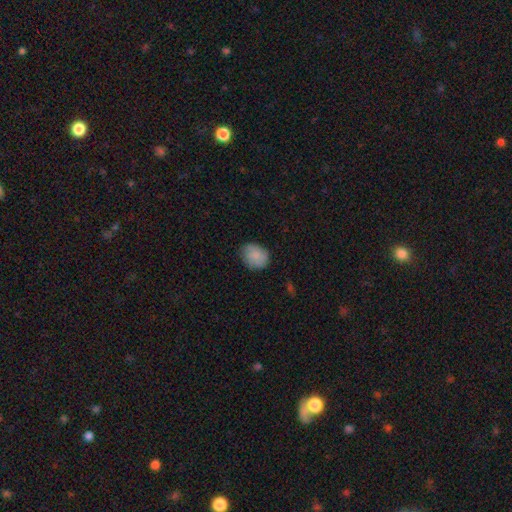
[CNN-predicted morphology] Overall: smooth (83%). How rounded: round (57%; in between 42%). Merging: none (79%).